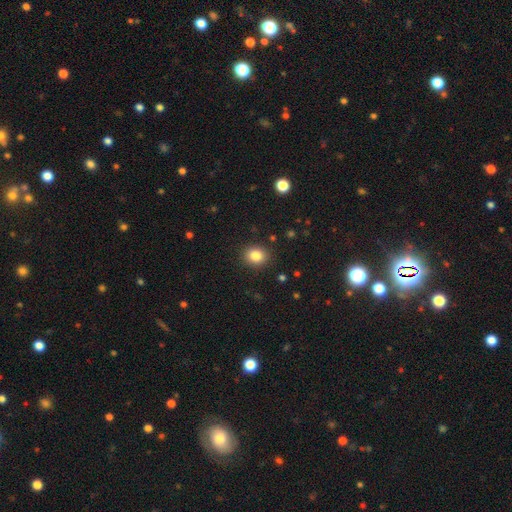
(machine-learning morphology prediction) Overall: smooth (84%). How rounded: round (70%). Merging: none (90%).